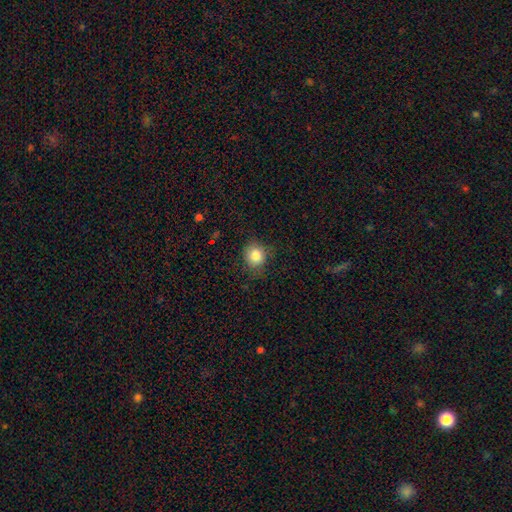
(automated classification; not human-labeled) Smooth or featured? smooth (83%)
How rounded? round (80%)
Merging? none (79%)